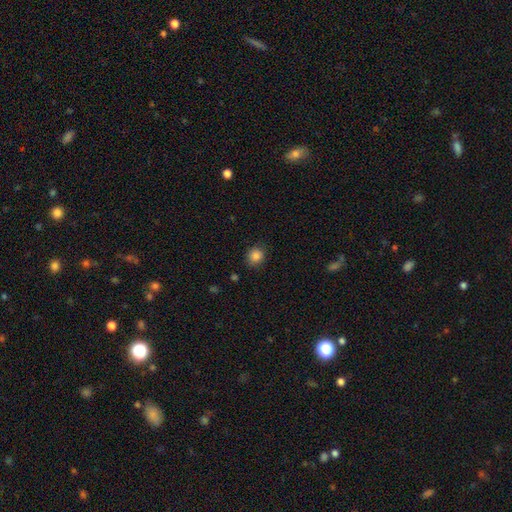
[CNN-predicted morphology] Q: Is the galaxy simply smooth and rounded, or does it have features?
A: smooth — 85%.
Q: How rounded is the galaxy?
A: round — 83%.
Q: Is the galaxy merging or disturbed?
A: none — 84%.